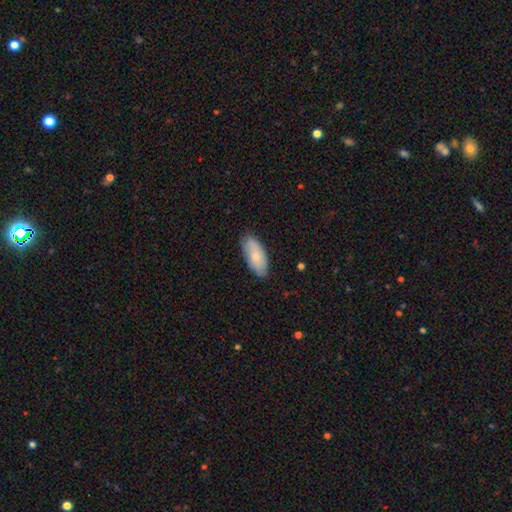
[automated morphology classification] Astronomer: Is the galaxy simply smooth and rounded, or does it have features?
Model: smooth — 74%.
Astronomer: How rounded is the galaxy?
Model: in between — 88%.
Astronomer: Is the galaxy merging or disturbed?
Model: none — 81%.